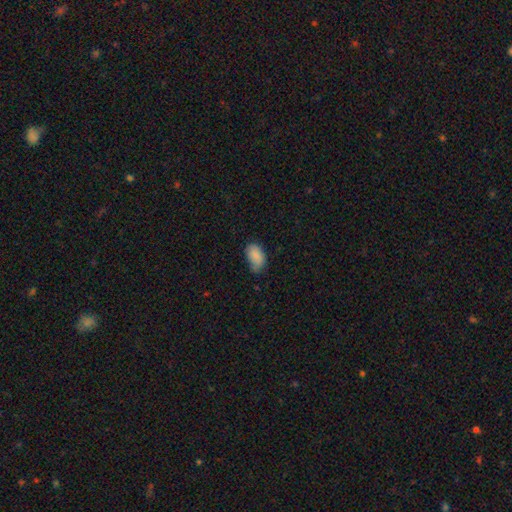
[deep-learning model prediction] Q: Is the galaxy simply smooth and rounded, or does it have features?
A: smooth — 85%.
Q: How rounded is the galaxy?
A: in between — 91%.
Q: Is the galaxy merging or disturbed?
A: none — 51%.